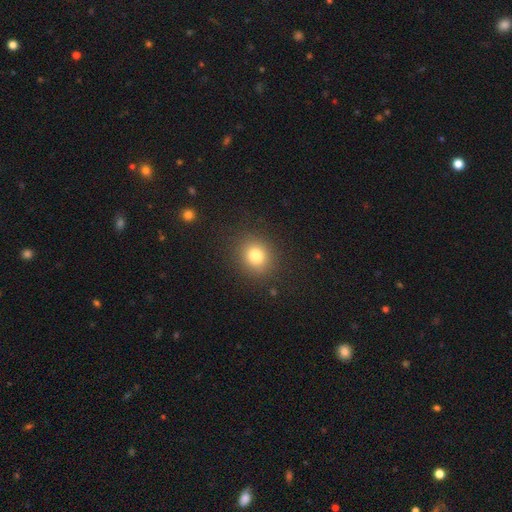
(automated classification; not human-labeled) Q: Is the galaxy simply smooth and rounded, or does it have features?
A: smooth — 80%.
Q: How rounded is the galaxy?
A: round — 80%.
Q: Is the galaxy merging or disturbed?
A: none — 88%.